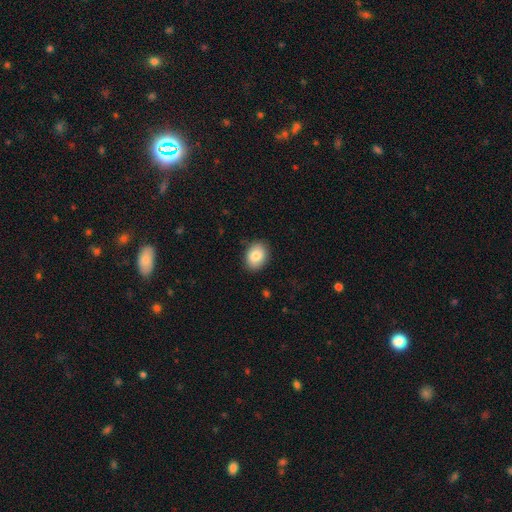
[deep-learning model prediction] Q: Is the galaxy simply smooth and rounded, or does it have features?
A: smooth — 85%.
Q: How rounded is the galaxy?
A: in between — 64%.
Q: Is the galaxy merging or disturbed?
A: none — 86%.